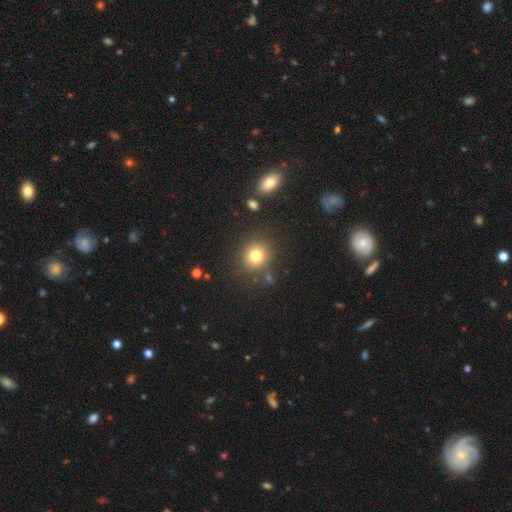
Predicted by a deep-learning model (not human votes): smooth-or-featured: smooth: 78% | star or artifact: 13% | featured or disk: 9%
  how-rounded: round: 87% | in between: 12% | cigar-shaped: 1%
  merging: none: 83% | minor disturbance: 8% | merger: 5% | major disturbance: 4%